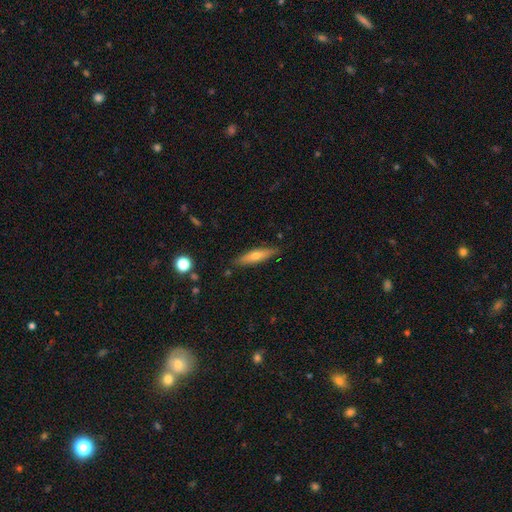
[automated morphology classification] Smooth or featured? Predicted: smooth (p=0.53). How rounded? Predicted: cigar-shaped (p=0.73). Merging? Predicted: none (p=0.86).